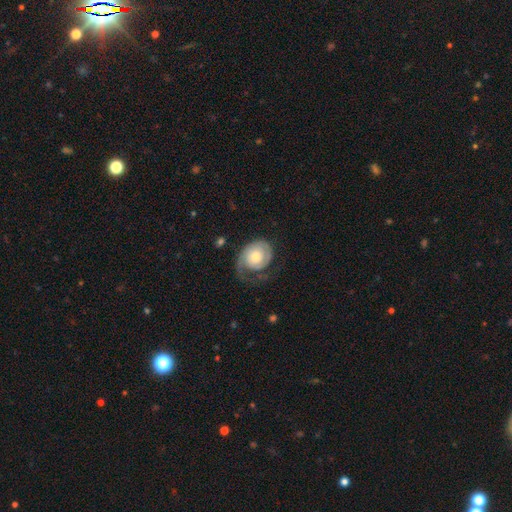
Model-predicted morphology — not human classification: featured or disk 66%, smooth 28%, star or artifact 5%. Down the decision tree: edge-on disk — no (97%); bar — no (79%); spiral arms — yes (88%); spiral arm count — 1 (70%); spiral winding — tight (52%); bulge size — moderate (54%); merging — none (40%).